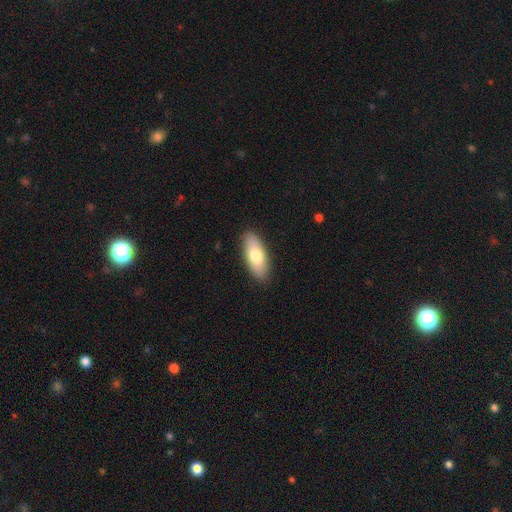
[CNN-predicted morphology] The model was most divided on "smooth or featured": smooth: 74%, featured or disk: 21%, star or artifact: 6%. More confident: merging — none (88%); how rounded — in between (83%).